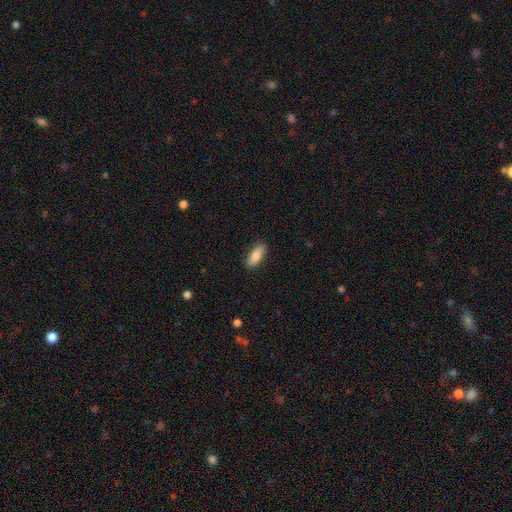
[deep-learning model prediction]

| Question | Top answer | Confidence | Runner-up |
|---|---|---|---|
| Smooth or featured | smooth | 82% | featured or disk (12%) |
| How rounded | in between | 70% | cigar-shaped (28%) |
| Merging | none | 87% | minor disturbance (10%) |